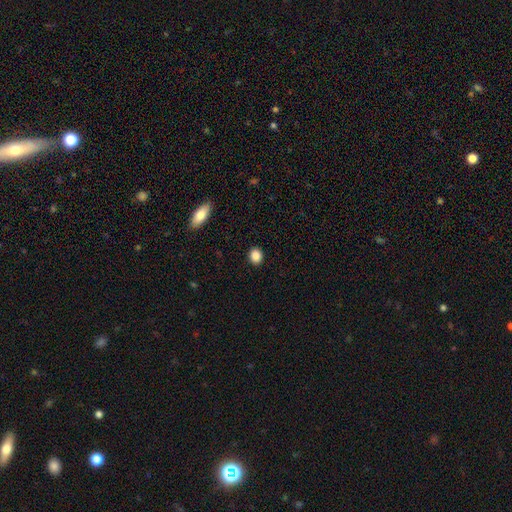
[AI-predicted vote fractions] Smooth or featured? Predicted: smooth (p=0.86). How rounded? Predicted: round (p=0.60). Merging? Predicted: none (p=0.91).